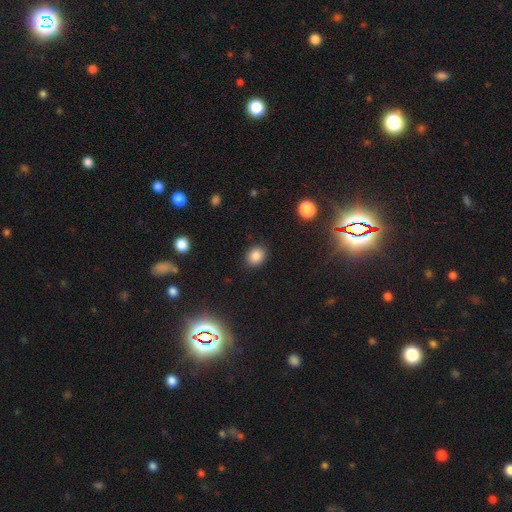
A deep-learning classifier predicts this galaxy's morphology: Smooth or featured? Predicted: smooth (p=0.85). How rounded? Predicted: round (p=0.56). Merging? Predicted: none (p=0.88).